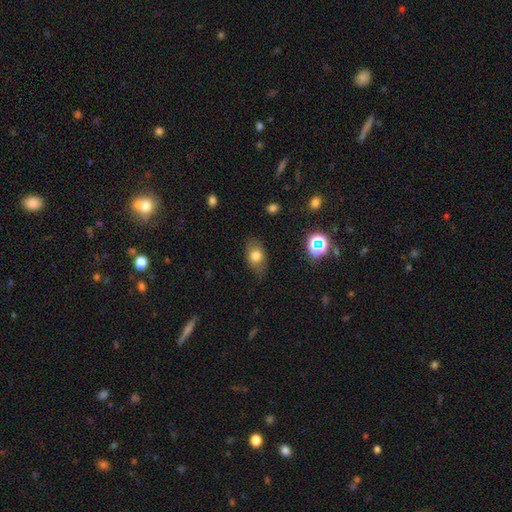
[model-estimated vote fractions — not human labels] smooth_or_featured: smooth (p=0.75) [alt: featured or disk p=0.15]
how_rounded: in between (p=0.79) [alt: round p=0.19]
merging: none (p=0.75) [alt: minor disturbance p=0.18]